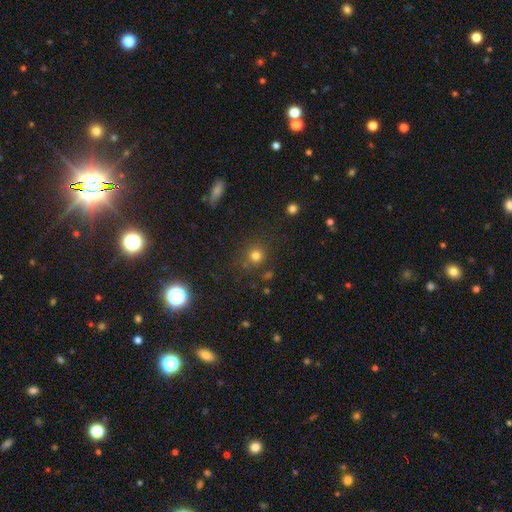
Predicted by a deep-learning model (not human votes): smooth_or_featured: smooth (p=0.76) [alt: star or artifact p=0.18]
how_rounded: round (p=0.90) [alt: in between p=0.09]
merging: none (p=0.81) [alt: minor disturbance p=0.10]